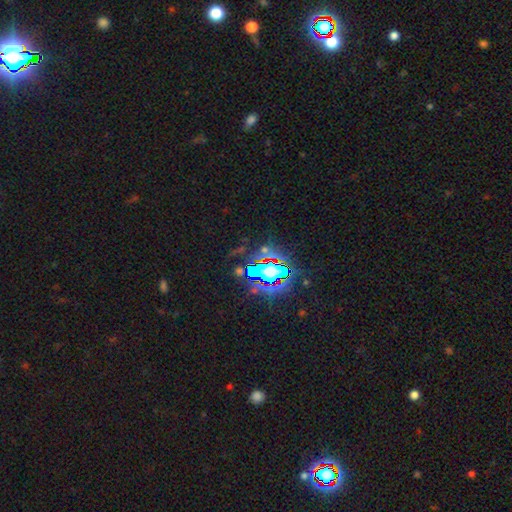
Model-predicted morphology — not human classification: star or artifact 83%, smooth 10%, featured or disk 7%.